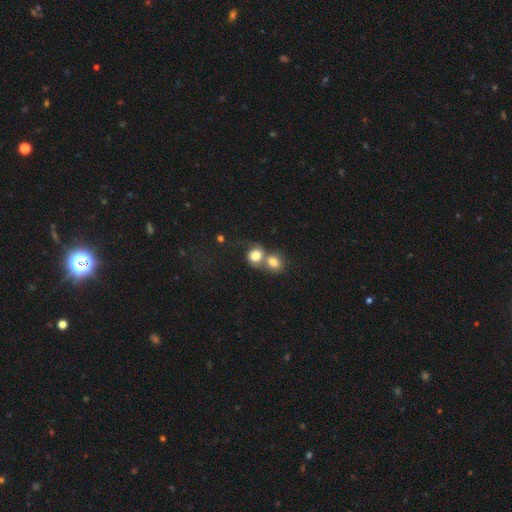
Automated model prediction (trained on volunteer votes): This appears to be a smooth galaxy with no disk features (77%) that is round (68%). Merging: merger (68%).